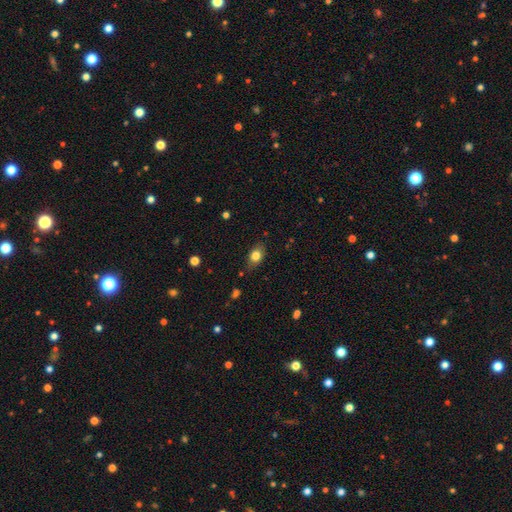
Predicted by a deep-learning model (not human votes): smooth 80%, featured or disk 11%, star or artifact 9%. Down the decision tree: how rounded — in between (72%); merging — none (77%).